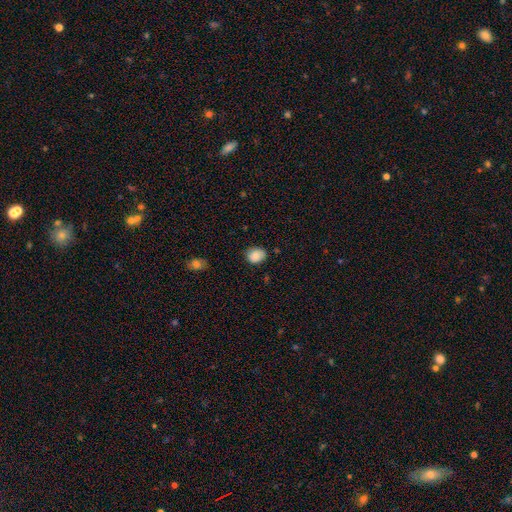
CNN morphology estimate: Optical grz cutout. It shows a smooth galaxy with no disk features (84%) that is round (56%). Merging: none (75%).